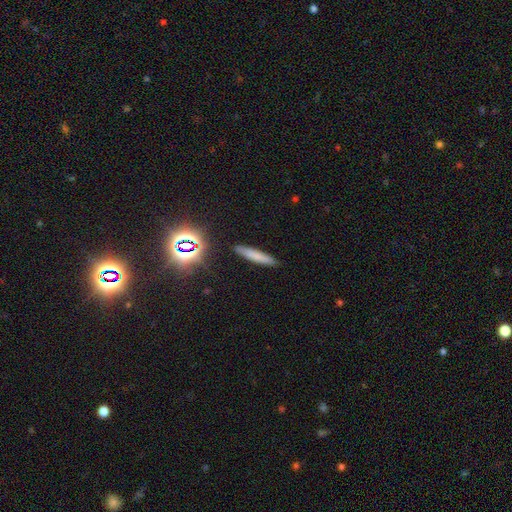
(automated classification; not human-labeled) smooth_or_featured: smooth (p=0.69) [alt: featured or disk p=0.16]
how_rounded: cigar-shaped (p=0.90) [alt: in between p=0.08]
merging: none (p=0.89) [alt: minor disturbance p=0.08]